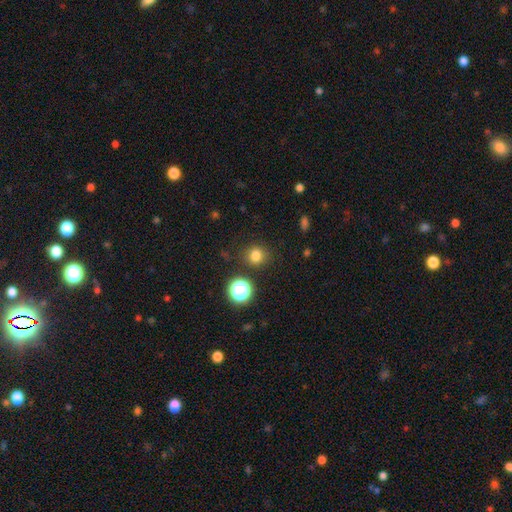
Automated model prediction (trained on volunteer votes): Smooth or featured? Predicted: smooth (p=0.79). How rounded? Predicted: round (p=0.88). Merging? Predicted: none (p=0.87).